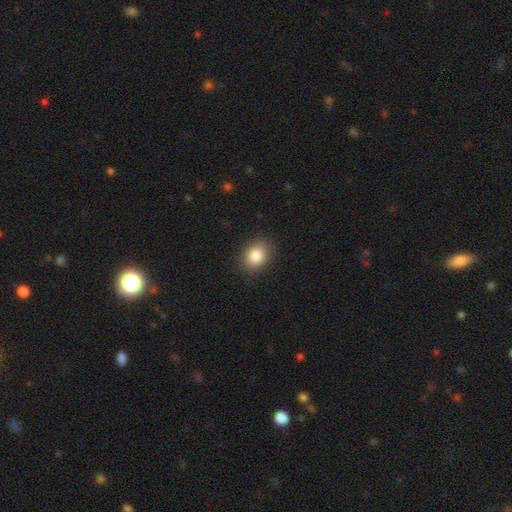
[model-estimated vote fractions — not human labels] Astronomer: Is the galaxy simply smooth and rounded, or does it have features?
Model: smooth — 84%.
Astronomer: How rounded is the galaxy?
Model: in between — 55% (runner-up: round, 44%).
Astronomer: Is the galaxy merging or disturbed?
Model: none — 86%.